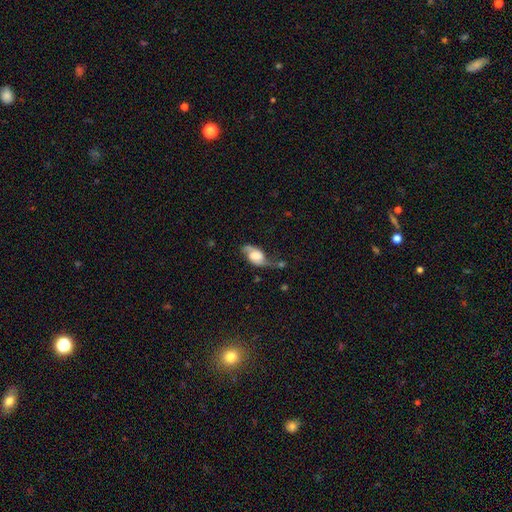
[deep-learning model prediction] The model was most divided on "bar": no: 47%, weak: 38%, strong: 14%. Remaining: edge-on disk — no (93%); spiral arms — yes (89%); spiral arm count — 2 (87%); smooth or featured — featured or disk (66%); spiral winding — loose (63%); merging — none (47%); bulge size — large (42%).